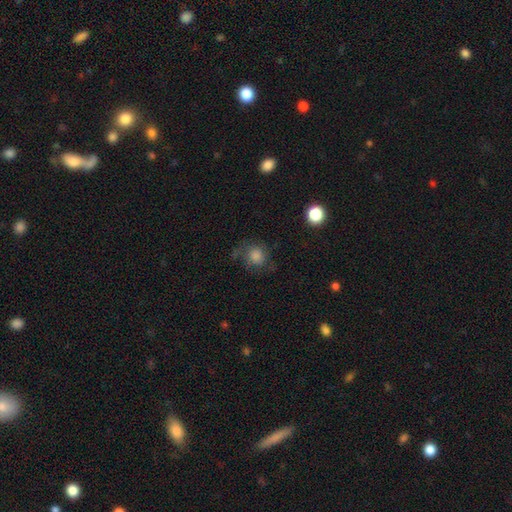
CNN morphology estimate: Overall: smooth (69%). How rounded: round (84%). Merging: none (59%; minor disturbance 22%).